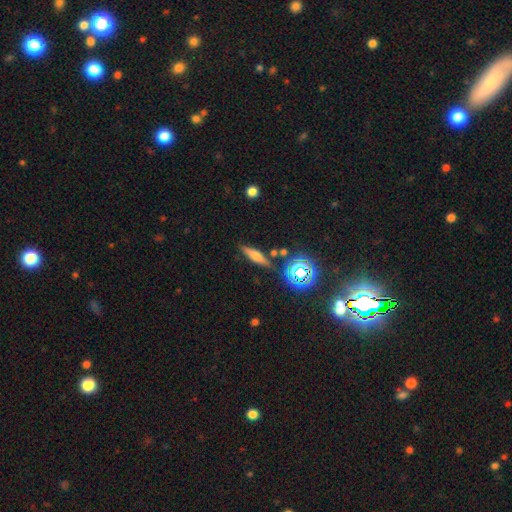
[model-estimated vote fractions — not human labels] This is possibly a smooth galaxy (45%). Merging: clearly none (82%).